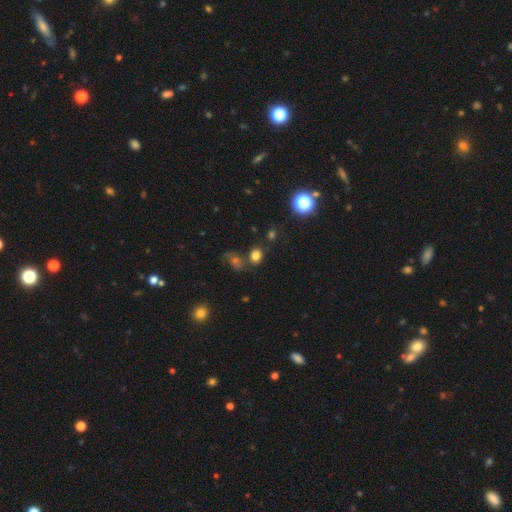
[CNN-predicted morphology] A smooth galaxy with no disk features (75%) that is round (59%). Merging: none (69%).